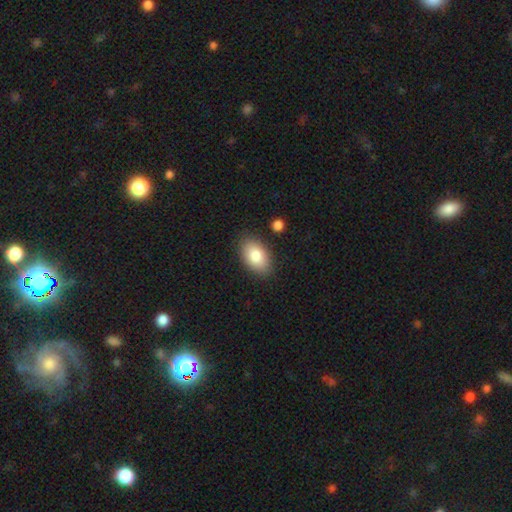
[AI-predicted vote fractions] Smooth or featured: smooth — 83% (featured or disk — 10%)
How rounded: in between — 93% (round — 6%)
Merging: none — 85% (minor disturbance — 10%)